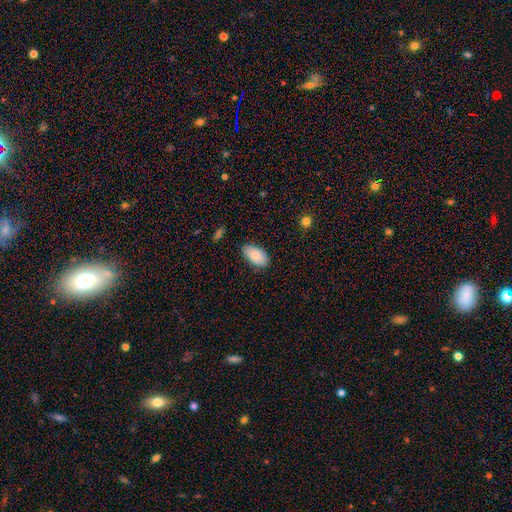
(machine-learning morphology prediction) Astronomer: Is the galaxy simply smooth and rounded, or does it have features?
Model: smooth — 86%.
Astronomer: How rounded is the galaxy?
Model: in between — 95%.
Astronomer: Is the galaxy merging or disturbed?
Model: none — 82%.